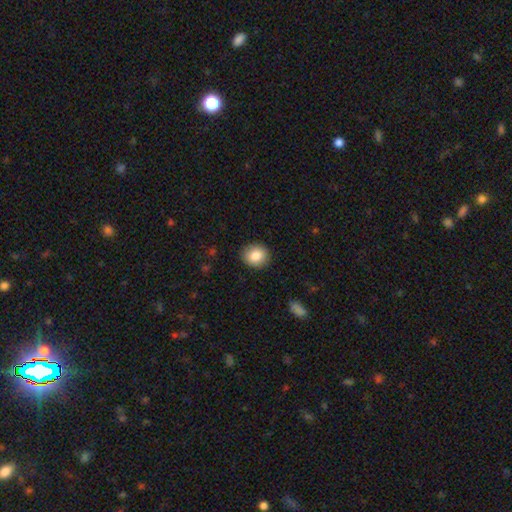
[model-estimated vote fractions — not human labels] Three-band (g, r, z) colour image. It shows a smooth galaxy with no disk features (85%) that is round (72%). Merging: none (90%).